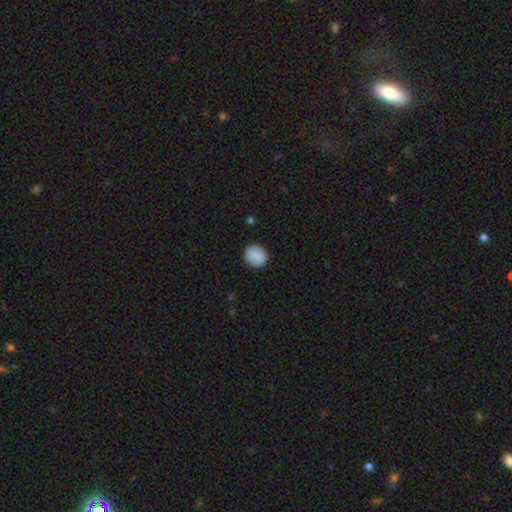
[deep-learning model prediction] This is clearly a smooth galaxy (86%). How rounded: likely round (79%). Merging: clearly none (89%).